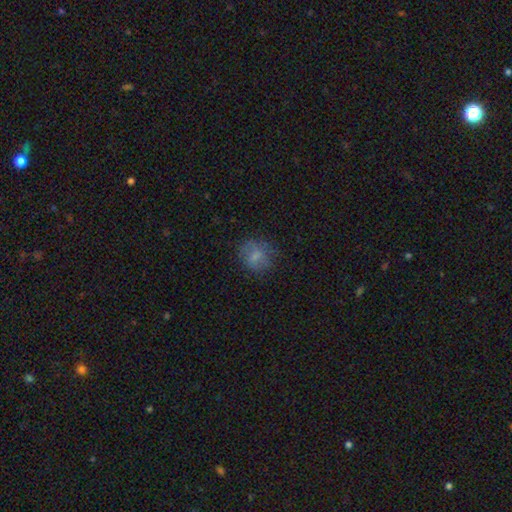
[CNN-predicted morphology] This is likely a smooth galaxy (70%). How rounded: likely round (72%). Merging: likely none (67%).